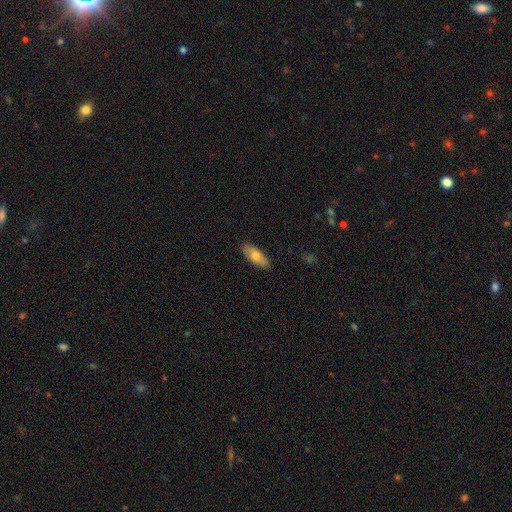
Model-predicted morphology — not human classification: smooth 72%, featured or disk 22%, star or artifact 6%. Down the decision tree: how rounded — in between (78%); merging — none (88%).